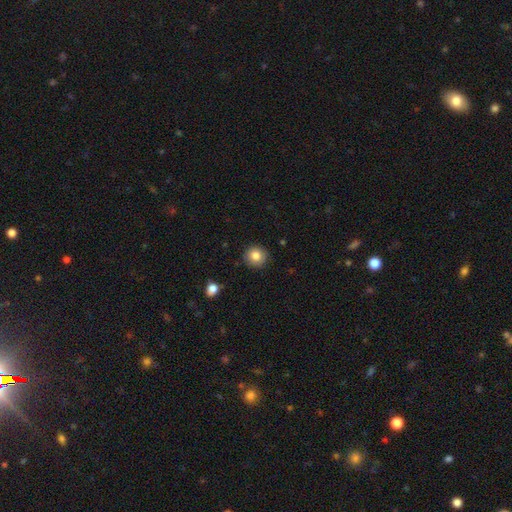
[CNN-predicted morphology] smooth-or-featured: smooth: 82% | star or artifact: 10% | featured or disk: 8%
  how-rounded: round: 92% | in between: 7% | cigar-shaped: 1%
  merging: none: 89% | minor disturbance: 8% | major disturbance: 2% | merger: 1%